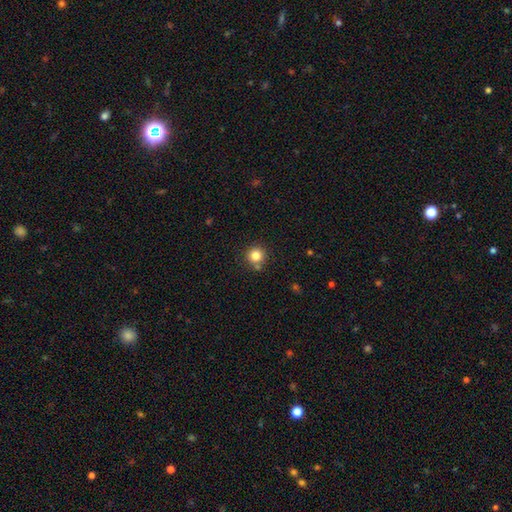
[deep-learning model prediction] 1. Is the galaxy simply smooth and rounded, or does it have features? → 82% smooth, 12% star or artifact, 6% featured or disk.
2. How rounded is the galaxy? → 94% round, 5% in between, 1% cigar-shaped.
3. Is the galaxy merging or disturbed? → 79% none, 9% minor disturbance, 9% merger, 3% major disturbance.